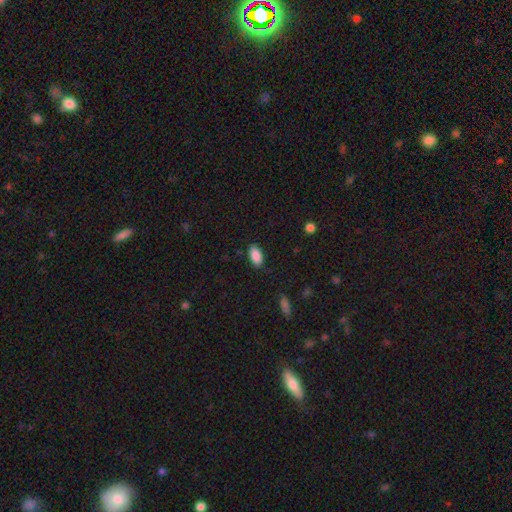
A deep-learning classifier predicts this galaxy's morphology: type=smooth (89%); roundness=in between (93%); merging=none (86%).